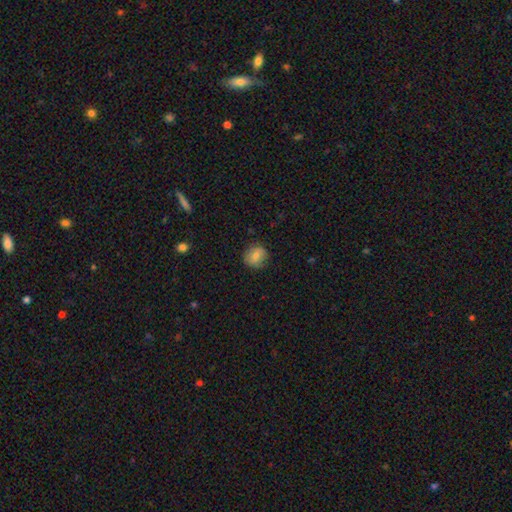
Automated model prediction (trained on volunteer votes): smooth_or_featured: smooth (p=0.73) [alt: featured or disk p=0.18]
how_rounded: round (p=0.77) [alt: in between p=0.22]
merging: none (p=0.82) [alt: minor disturbance p=0.13]